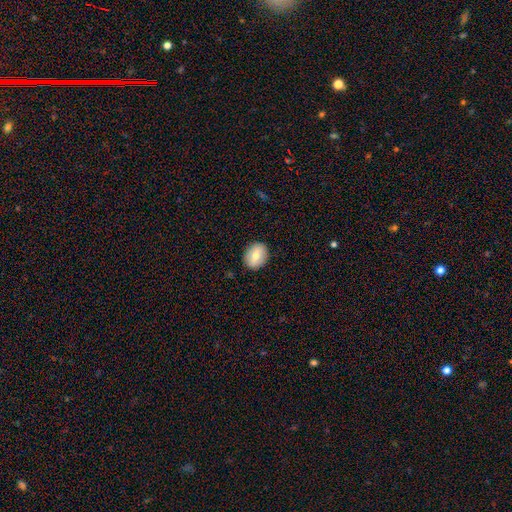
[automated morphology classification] Smooth or featured?
  - smooth: 69% *
  - featured or disk: 24%
  - star or artifact: 7%
How rounded?
  - in between: 56% *
  - round: 43%
  - cigar-shaped: 1%
Merging?
  - none: 88% *
  - minor disturbance: 9%
  - major disturbance: 2%
  - merger: 1%